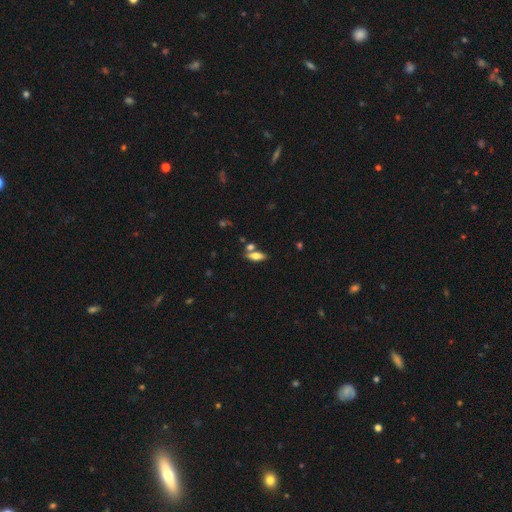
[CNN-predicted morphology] Smooth or featured? Predicted: smooth (p=0.63). How rounded? Predicted: in between (p=0.68). Merging? Predicted: none (p=0.65).